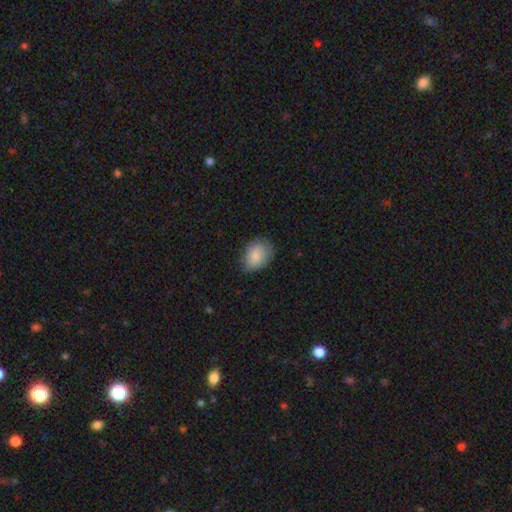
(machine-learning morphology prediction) Q: Smooth or featured?
A: smooth (82%); runner-up: featured or disk (11%)
Q: How rounded?
A: in between (71%); runner-up: round (28%)
Q: Merging?
A: none (71%); runner-up: minor disturbance (23%)